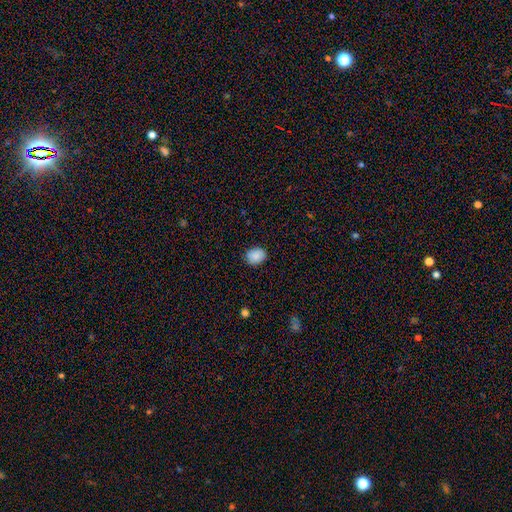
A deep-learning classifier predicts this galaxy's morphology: This appears to be a smooth galaxy with no disk features (88%) that is in between round and cigar-shaped (53%). Merging: none (85%).